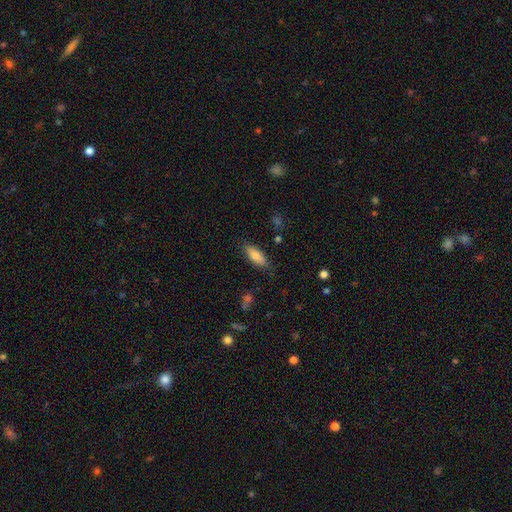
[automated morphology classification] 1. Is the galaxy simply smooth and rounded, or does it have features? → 84% smooth, 9% featured or disk, 7% star or artifact.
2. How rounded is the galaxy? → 73% in between, 25% cigar-shaped, 2% round.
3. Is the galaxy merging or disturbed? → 83% none, 12% minor disturbance, 3% major disturbance, 2% merger.